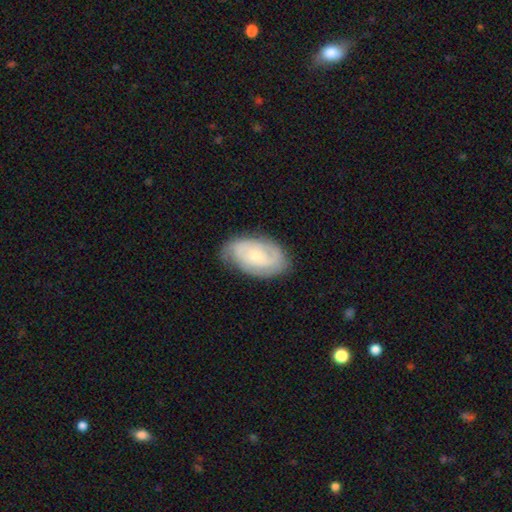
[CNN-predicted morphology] A featured or disk galaxy (68%) with no bar (66%), 2 (50%) tight (56%) spiral arms (89%) and a small central bulge (69%).

Vote fractions:
- Smooth or featured? featured or disk: 68% / smooth: 26% / star or artifact: 6%
- Edge-on disk? no: 96% / yes: 4%
- Bar? no: 66% / weak: 29% / strong: 6%
- Spiral arms? yes: 89% / no: 11%
- Spiral winding? tight: 56% / medium: 34% / loose: 10%
- Spiral arm count? 2: 50% / can't tell: 29% / 3: 11% / 1: 5% / 4: 3% / more than 4: 2%
- Bulge size? small: 69% / moderate: 25% / none: 3% / large: 2% / dominant: 1%
- Merging? none: 74% / minor disturbance: 20% / major disturbance: 5% / merger: 1%